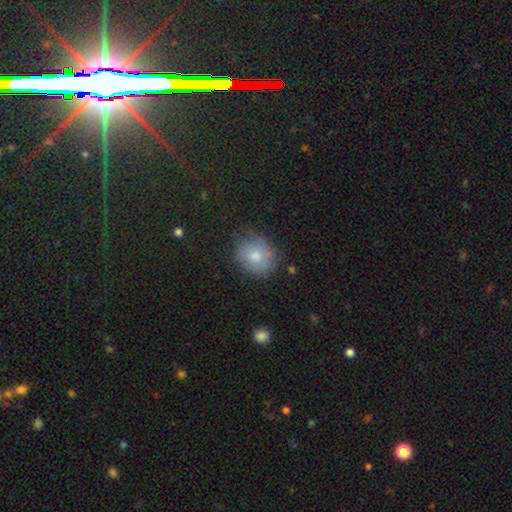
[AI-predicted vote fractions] Smooth or featured: smooth — 79% (featured or disk — 12%)
How rounded: round — 72% (in between — 27%)
Merging: none — 75% (minor disturbance — 18%)